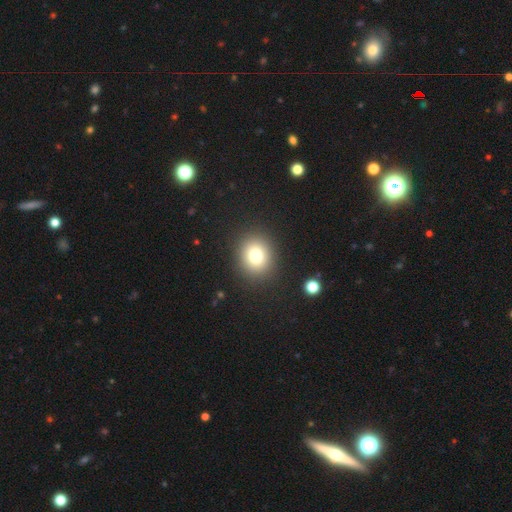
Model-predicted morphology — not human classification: Overall: smooth (77%). How rounded: round (78%). Merging: none (90%).